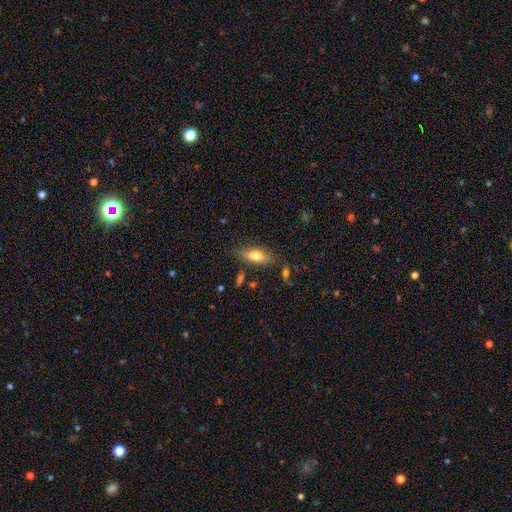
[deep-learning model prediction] smooth-or-featured: smooth: 55% | featured or disk: 36% | star or artifact: 9%
  how-rounded: in between: 60% | cigar-shaped: 37% | round: 3%
  merging: none: 77% | minor disturbance: 15% | major disturbance: 4% | merger: 4%